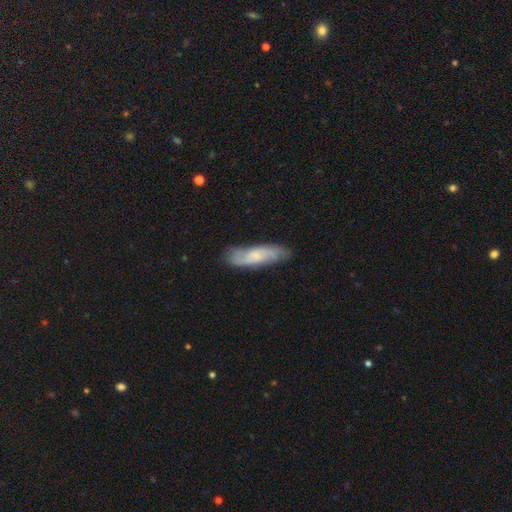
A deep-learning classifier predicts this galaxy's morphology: A featured or disk galaxy (49%).

Vote fractions:
- Smooth or featured? featured or disk: 49% / smooth: 44% / star or artifact: 7%
- Merging? none: 77% / minor disturbance: 17% / major disturbance: 4% / merger: 1%